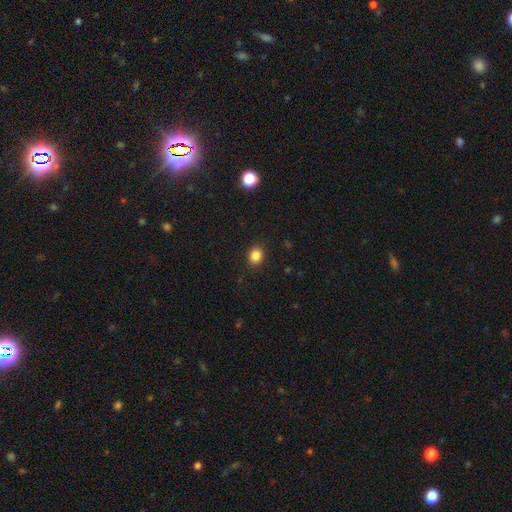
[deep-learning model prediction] Smooth or featured? Predicted: smooth (p=0.85). How rounded? Predicted: round (p=0.59). Merging? Predicted: none (p=0.90).